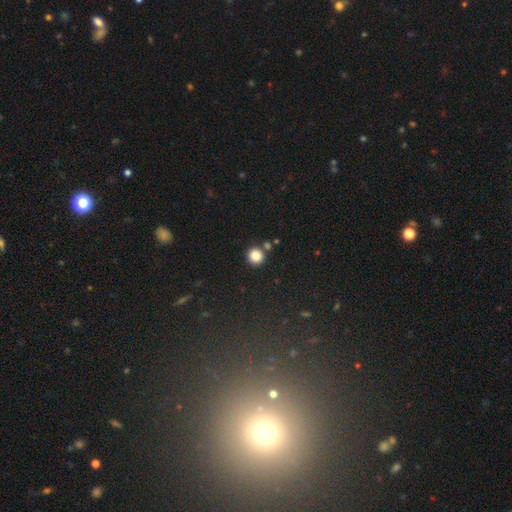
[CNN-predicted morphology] Q: Smooth or featured?
A: smooth (85%); runner-up: star or artifact (11%)
Q: How rounded?
A: round (92%); runner-up: in between (7%)
Q: Merging?
A: none (81%); runner-up: merger (9%)